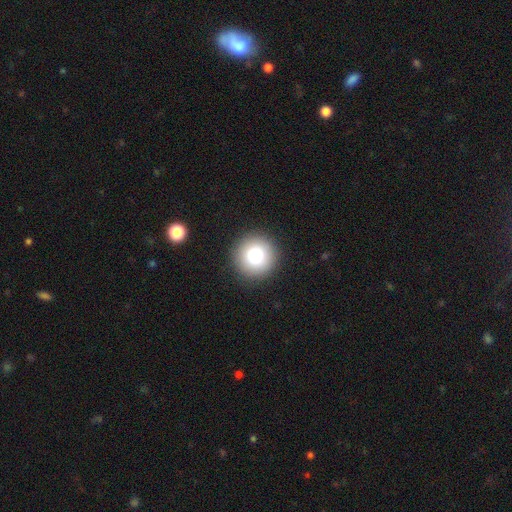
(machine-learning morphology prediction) Smooth or featured: smooth — 79% (star or artifact — 11%)
How rounded: round — 96% (in between — 3%)
Merging: none — 92% (minor disturbance — 5%)